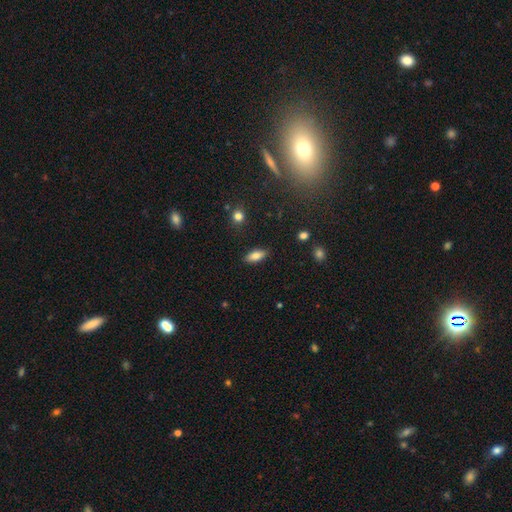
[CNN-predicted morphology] The model was most divided on "how rounded": in between: 80%, cigar-shaped: 18%, round: 3%. More confident: merging — none (87%); smooth or featured — smooth (81%).